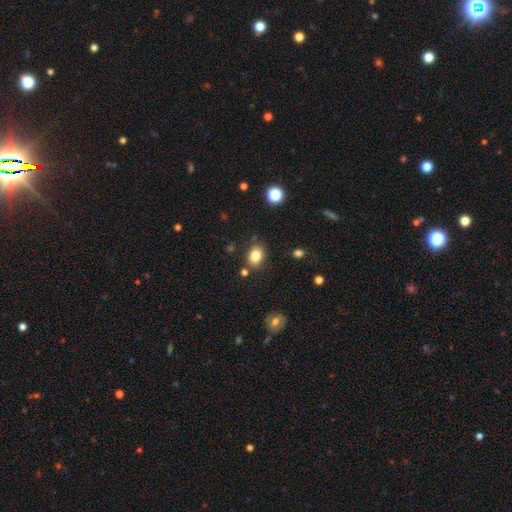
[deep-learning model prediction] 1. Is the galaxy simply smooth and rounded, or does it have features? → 82% smooth, 10% star or artifact, 7% featured or disk.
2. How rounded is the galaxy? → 64% in between, 35% round, 1% cigar-shaped.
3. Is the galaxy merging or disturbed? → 82% none, 11% minor disturbance, 4% merger, 3% major disturbance.